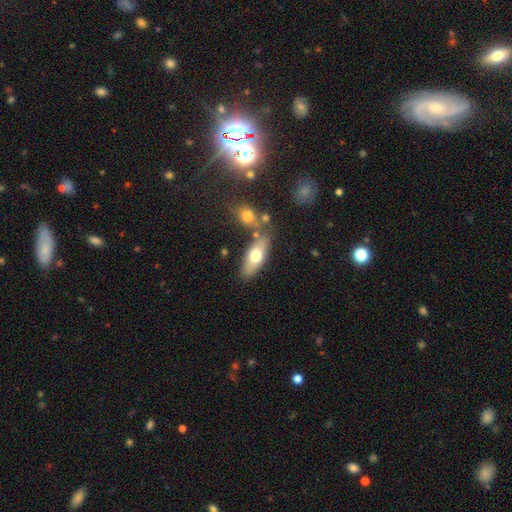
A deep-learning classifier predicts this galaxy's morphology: smooth_or_featured: smooth (p=0.66) [alt: featured or disk p=0.28]
how_rounded: in between (p=0.74) [alt: cigar-shaped p=0.23]
merging: none (p=0.73) [alt: minor disturbance p=0.13]